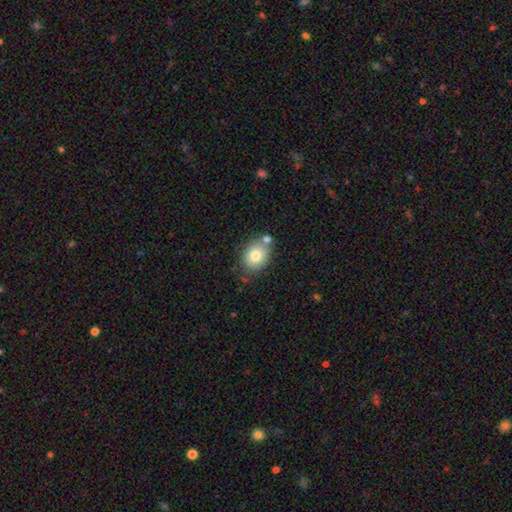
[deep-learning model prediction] A smooth galaxy with no disk features (78%) that is in between round and cigar-shaped (61%). Merging: none (66%).